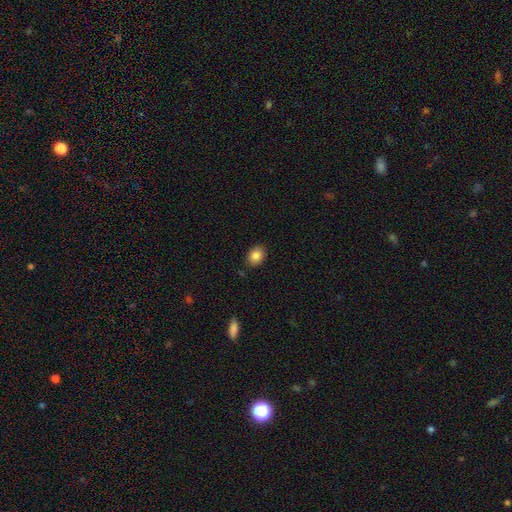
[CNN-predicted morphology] A smooth galaxy with no disk features (85%) that is in between round and cigar-shaped (64%). Merging: none (85%).